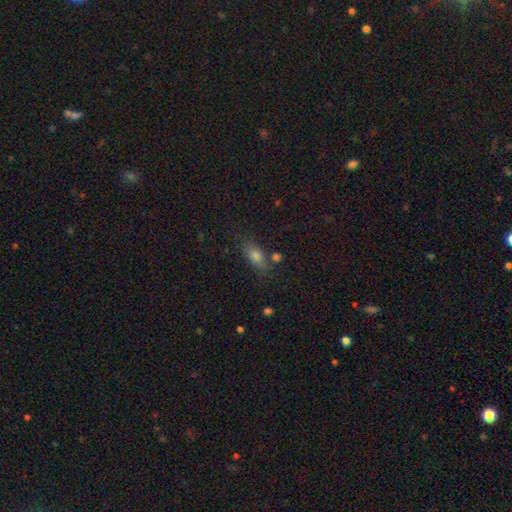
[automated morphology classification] Q: Smooth or featured?
A: smooth (72%); runner-up: star or artifact (14%)
Q: How rounded?
A: in between (74%); runner-up: cigar-shaped (17%)
Q: Merging?
A: none (72%); runner-up: minor disturbance (15%)